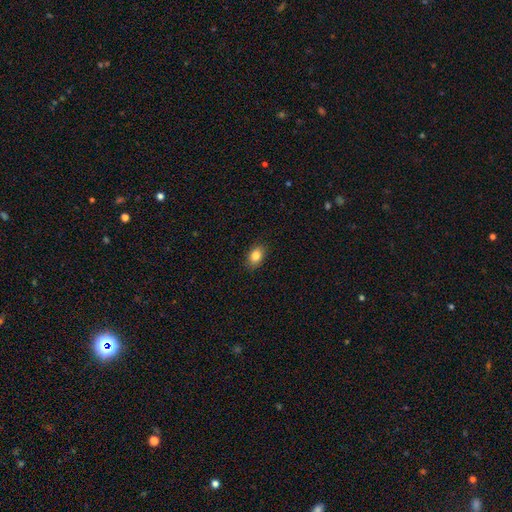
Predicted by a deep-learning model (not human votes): Smooth or featured: smooth — 84% (star or artifact — 9%)
How rounded: in between — 75% (round — 24%)
Merging: none — 88% (minor disturbance — 9%)